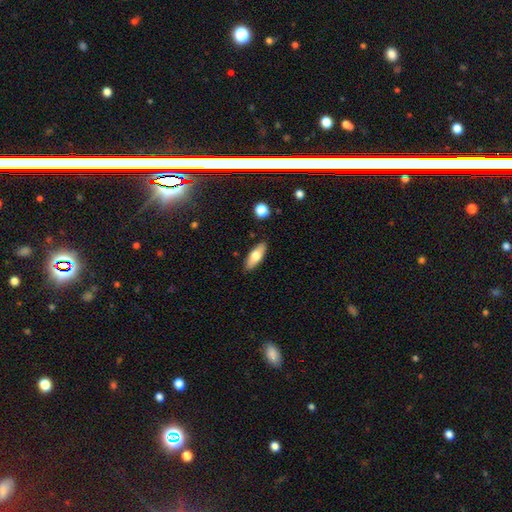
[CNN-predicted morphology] smooth-or-featured: smooth: 69% | featured or disk: 25% | star or artifact: 6%
  how-rounded: in between: 73% | cigar-shaped: 24% | round: 3%
  merging: none: 88% | minor disturbance: 9% | major disturbance: 2% | merger: 2%